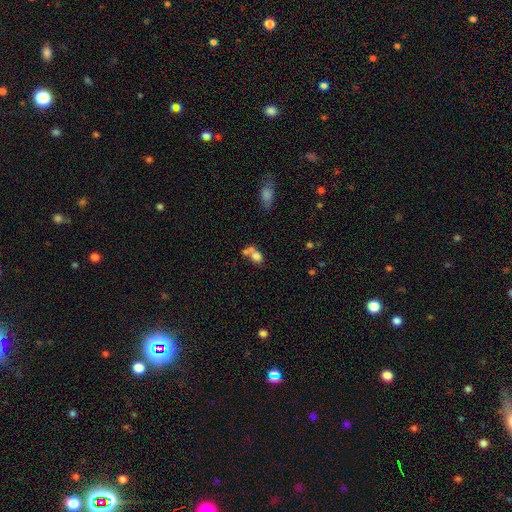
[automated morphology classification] Smooth or featured: smooth — 73% (featured or disk — 16%)
How rounded: in between — 51% (round — 48%)
Merging: merger — 55% (none — 29%)